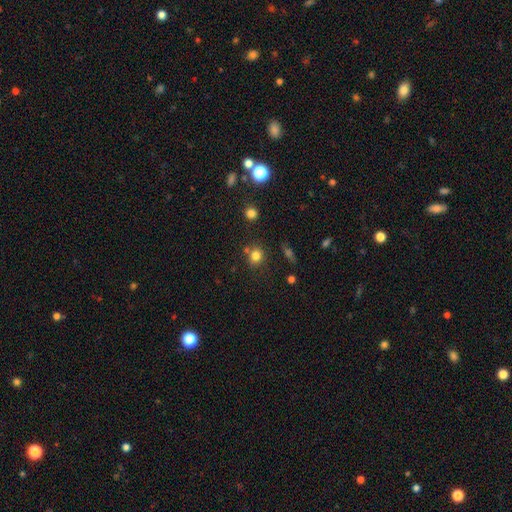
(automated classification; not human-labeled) smooth_or_featured: smooth (p=0.79) [alt: star or artifact p=0.14]
how_rounded: round (p=0.78) [alt: in between p=0.21]
merging: none (p=0.71) [alt: merger p=0.13]